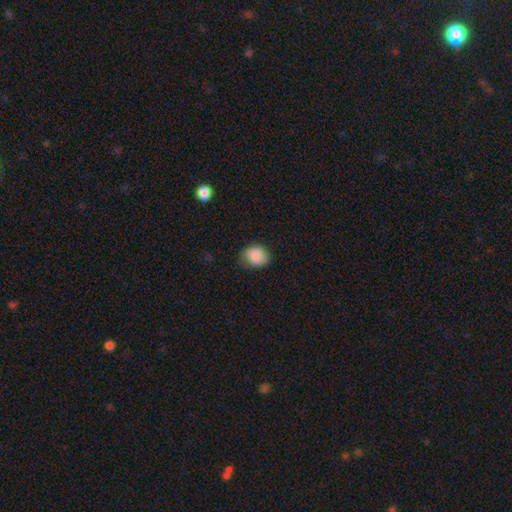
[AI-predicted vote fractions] smooth 87%, star or artifact 8%, featured or disk 6%. Down the decision tree: how rounded — round (55%); merging — none (70%).